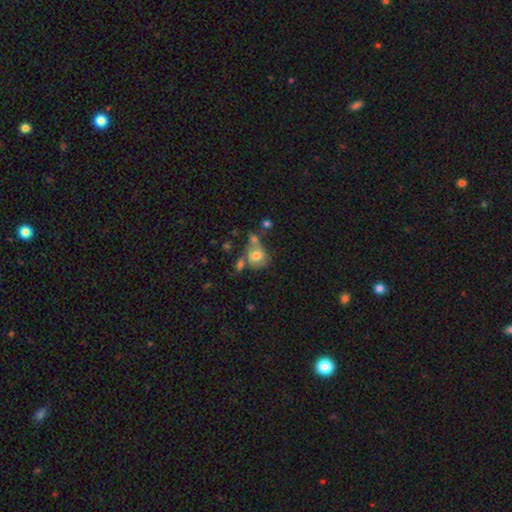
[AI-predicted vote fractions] Overall: smooth (67%). How rounded: round (54%; in between 45%). Merging: merger (36%; none 34%).